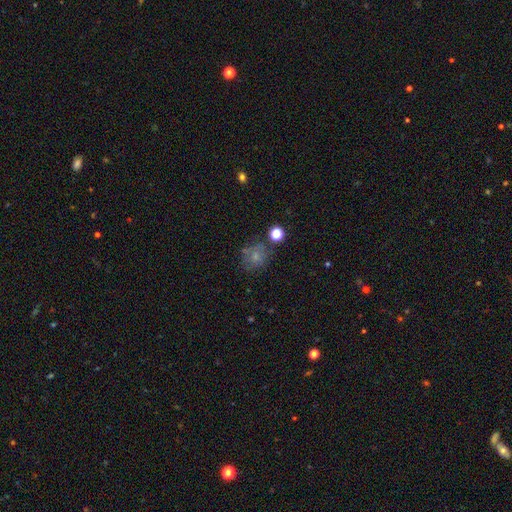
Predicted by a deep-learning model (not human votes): Overall: smooth (68%). How rounded: round (69%; in between 30%). Merging: none (58%; minor disturbance 21%).